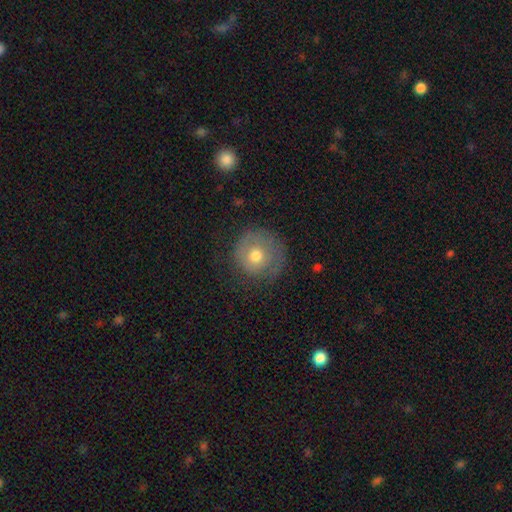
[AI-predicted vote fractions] smooth-or-featured: smooth: 55% | featured or disk: 35% | star or artifact: 9%
  how-rounded: round: 94% | in between: 5% | cigar-shaped: 1%
  merging: none: 74% | minor disturbance: 16% | major disturbance: 9% | merger: 1%